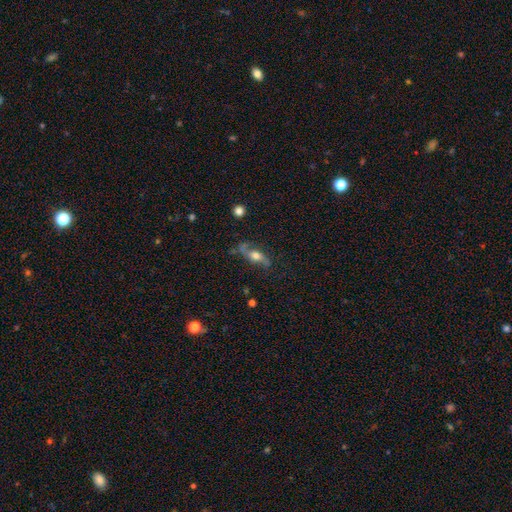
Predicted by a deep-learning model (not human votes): smooth_or_featured: featured or disk (p=0.67) [alt: smooth p=0.26]
disk_edge_on: no (p=0.71) [alt: yes p=0.29]
merging: none (p=0.65) [alt: minor disturbance p=0.21]